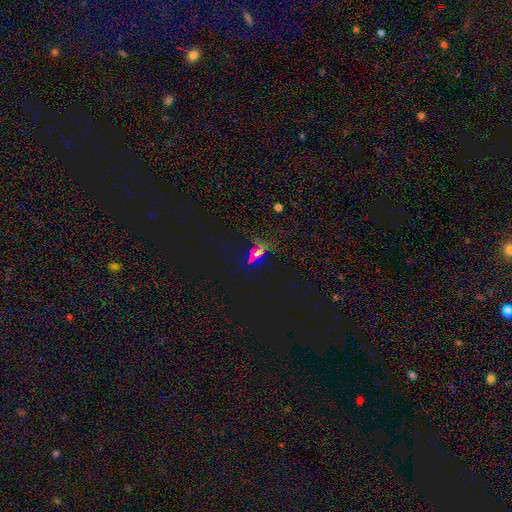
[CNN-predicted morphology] Overall: star or artifact (47%; smooth 34%).